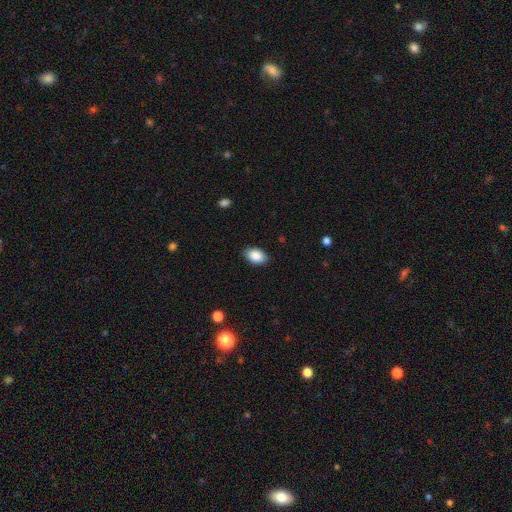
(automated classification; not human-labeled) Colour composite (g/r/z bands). It shows a smooth galaxy with no disk features (88%) that is in between round and cigar-shaped (91%). Merging: none (87%).